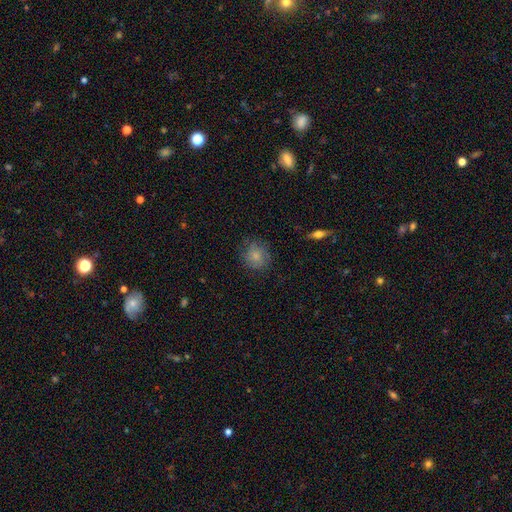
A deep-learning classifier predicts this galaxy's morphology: type=smooth (77%); roundness=round (81%); merging=none (74%).